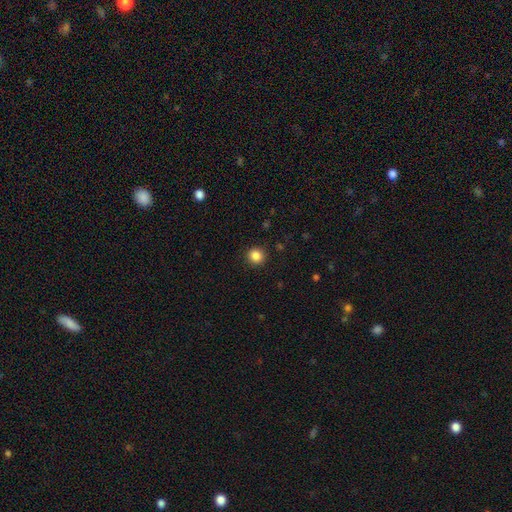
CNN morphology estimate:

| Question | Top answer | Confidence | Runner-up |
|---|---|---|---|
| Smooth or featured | smooth | 86% | star or artifact (11%) |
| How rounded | round | 93% | in between (6%) |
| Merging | none | 92% | minor disturbance (5%) |